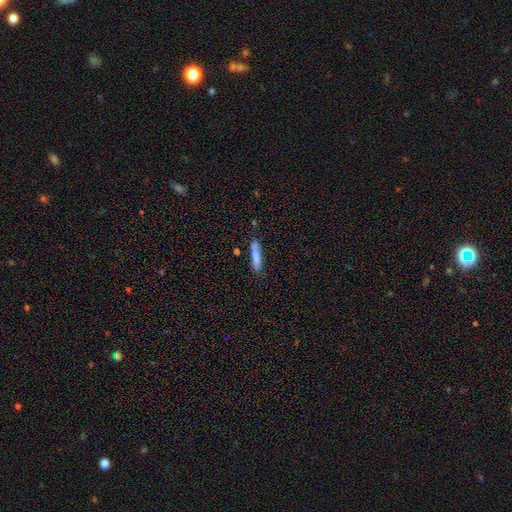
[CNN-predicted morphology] Overall: smooth (79%). How rounded: cigar-shaped (86%). Merging: none (78%).